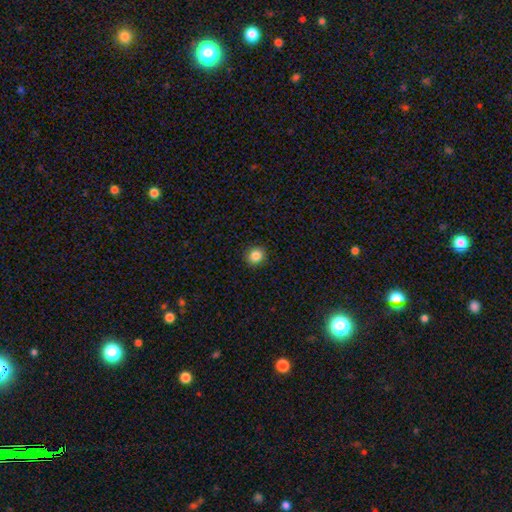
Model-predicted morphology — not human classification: smooth_or_featured: smooth (p=0.85) [alt: star or artifact p=0.10]
how_rounded: round (p=0.85) [alt: in between p=0.14]
merging: none (p=0.91) [alt: minor disturbance p=0.06]